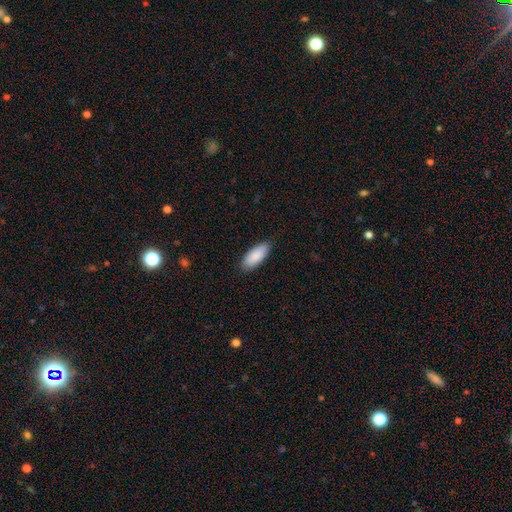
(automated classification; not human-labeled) Smooth or featured? Predicted: smooth (p=0.89). How rounded? Predicted: in between (p=0.84). Merging? Predicted: none (p=0.85).